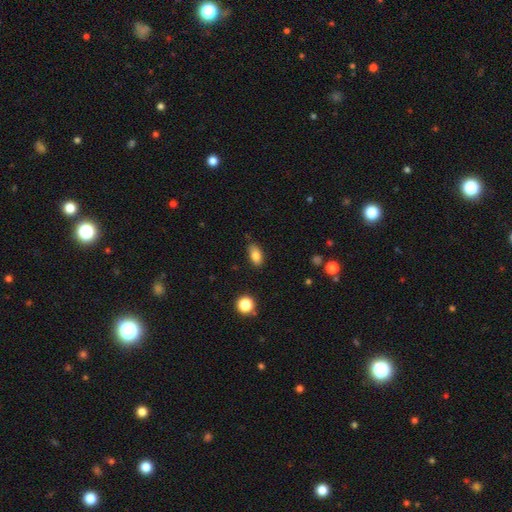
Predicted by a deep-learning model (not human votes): Smooth or featured?
  - smooth: 82% *
  - star or artifact: 9%
  - featured or disk: 9%
How rounded?
  - in between: 88% *
  - round: 8%
  - cigar-shaped: 3%
Merging?
  - none: 75% *
  - minor disturbance: 20%
  - major disturbance: 3%
  - merger: 2%